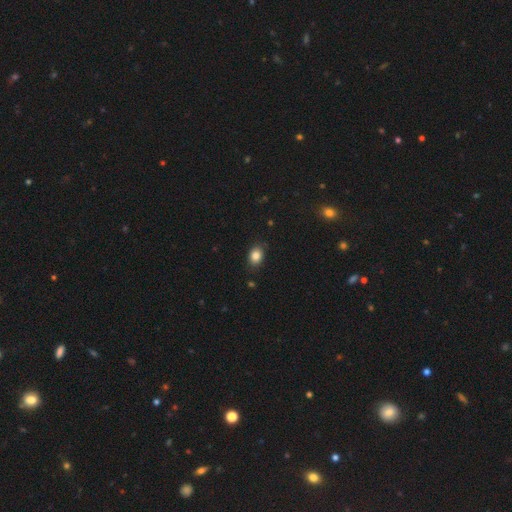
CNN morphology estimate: smooth 84%, star or artifact 10%, featured or disk 6%. Down the decision tree: how rounded — in between (66%); merging — none (83%).